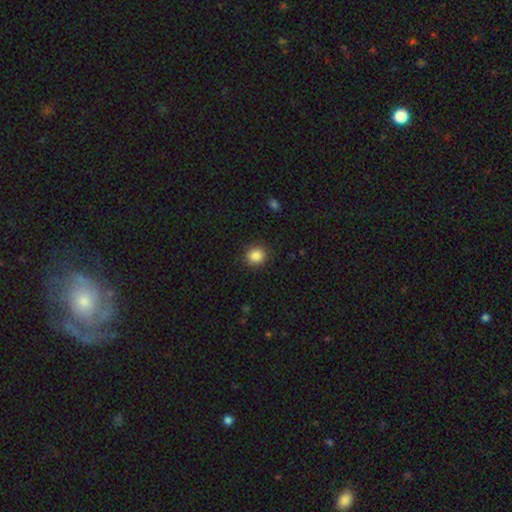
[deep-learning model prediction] smooth-or-featured: smooth: 87% | star or artifact: 10% | featured or disk: 4%
  how-rounded: round: 84% | in between: 15% | cigar-shaped: 1%
  merging: none: 90% | minor disturbance: 7% | major disturbance: 2% | merger: 1%